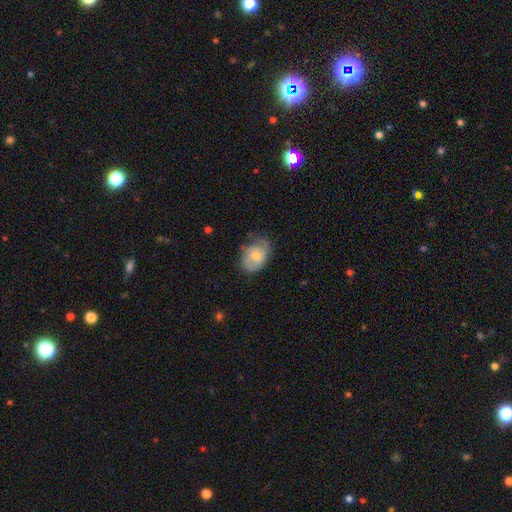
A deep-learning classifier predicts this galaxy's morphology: Smooth or featured? Predicted: smooth (p=0.61). How rounded? Predicted: in between (p=0.79). Merging? Predicted: none (p=0.59).